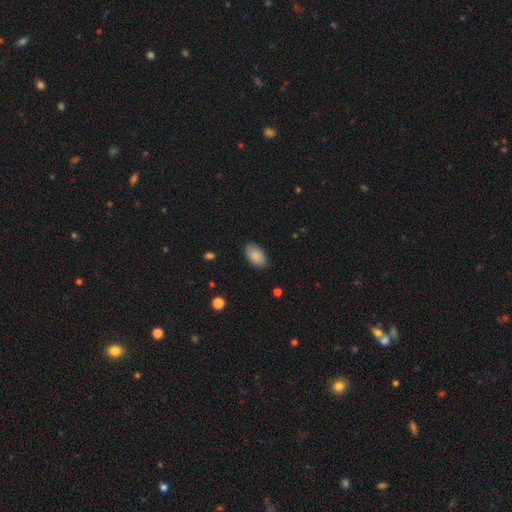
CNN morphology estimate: The model was most divided on "merging": none: 84%, minor disturbance: 12%, major disturbance: 3%, merger: 1%. More confident: how rounded — in between (94%); smooth or featured — smooth (88%).